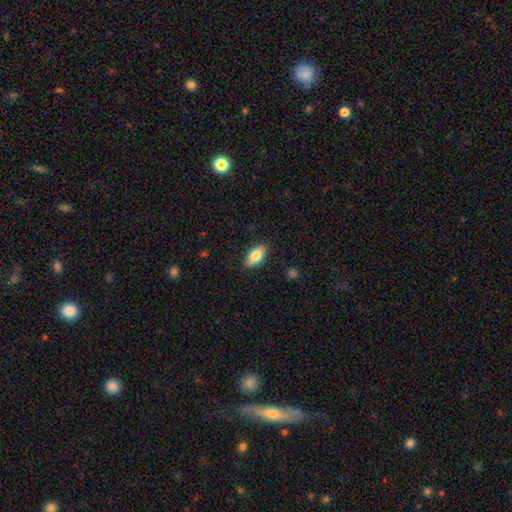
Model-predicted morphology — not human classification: Q: Smooth or featured?
A: smooth (81%); runner-up: featured or disk (13%)
Q: How rounded?
A: in between (84%); runner-up: cigar-shaped (13%)
Q: Merging?
A: none (87%); runner-up: minor disturbance (10%)